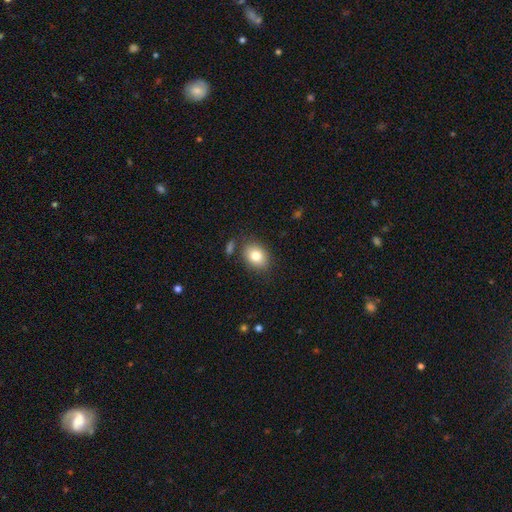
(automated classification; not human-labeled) smooth-or-featured: smooth: 81% | featured or disk: 10% | star or artifact: 9%
  how-rounded: in between: 66% | round: 33% | cigar-shaped: 1%
  merging: none: 80% | minor disturbance: 12% | merger: 5% | major disturbance: 4%